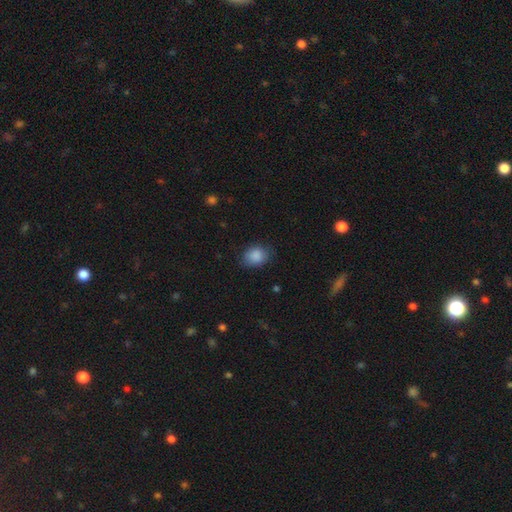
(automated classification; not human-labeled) Smooth or featured: smooth — 88% (star or artifact — 8%)
How rounded: in between — 52% (round — 47%)
Merging: none — 77% (minor disturbance — 18%)